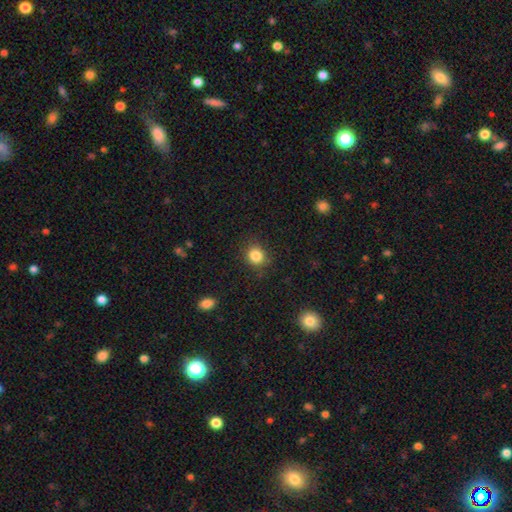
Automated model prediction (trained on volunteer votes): smooth 84%, star or artifact 11%, featured or disk 5%. Down the decision tree: how rounded — round (78%); merging — none (84%).